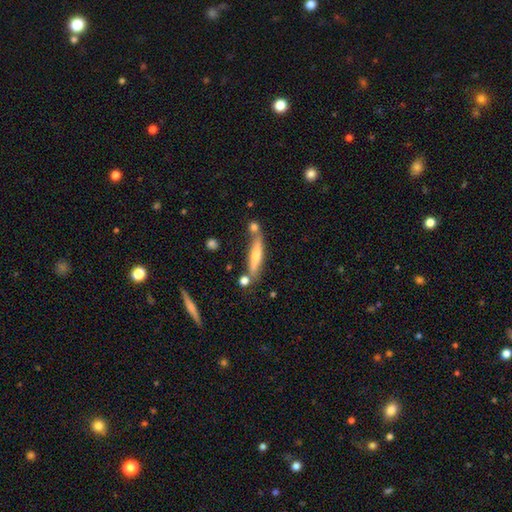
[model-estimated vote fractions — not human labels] A featured or disk galaxy (55%) viewed edge-on (90%). Merging: none (67%).